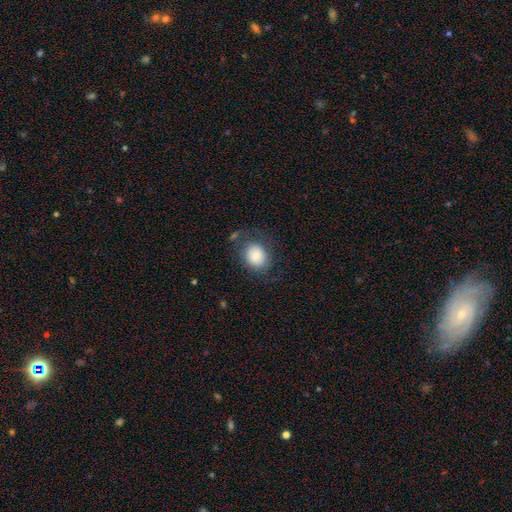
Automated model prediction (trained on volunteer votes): A smooth galaxy with no disk features (74%) that is round (56%).

Vote fractions:
- Smooth or featured? smooth: 74% / featured or disk: 17% / star or artifact: 8%
- How rounded? round: 56% / in between: 43% / cigar-shaped: 1%
- Merging? none: 62% / minor disturbance: 20% / major disturbance: 16% / merger: 3%